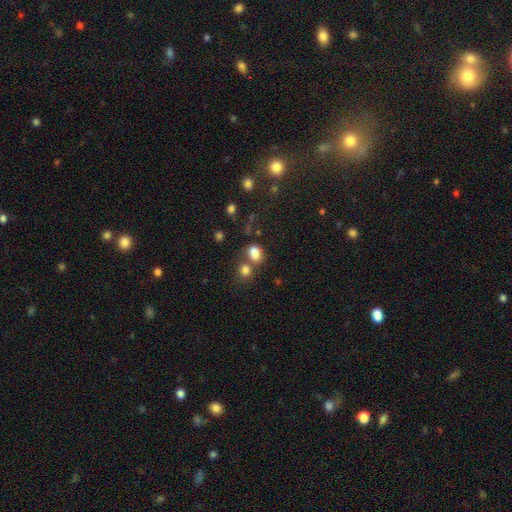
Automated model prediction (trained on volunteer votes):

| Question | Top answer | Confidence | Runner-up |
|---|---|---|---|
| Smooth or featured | smooth | 52% | star or artifact (38%) |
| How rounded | round | 78% | in between (20%) |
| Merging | none | 60% | merger (26%) |